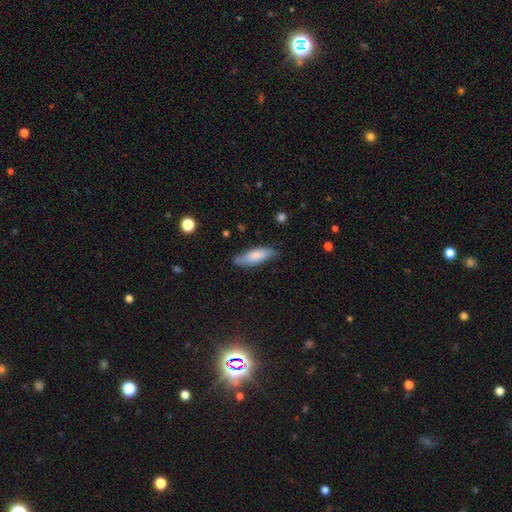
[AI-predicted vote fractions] A smooth galaxy with no disk features (78%) that is in between round and cigar-shaped (55%). Merging: none (76%).